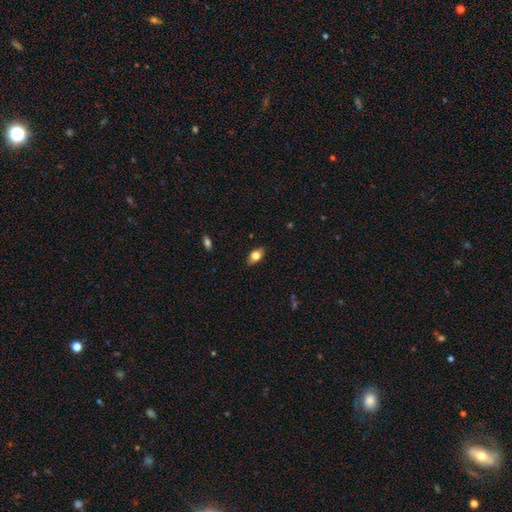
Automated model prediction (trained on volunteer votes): smooth_or_featured: smooth (p=0.75) [alt: featured or disk p=0.17]
how_rounded: in between (p=0.86) [alt: round p=0.10]
merging: none (p=0.85) [alt: minor disturbance p=0.12]